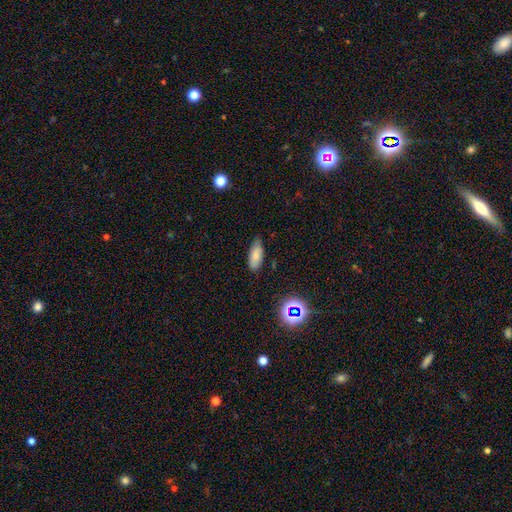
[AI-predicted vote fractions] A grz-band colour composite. It shows a smooth galaxy with no disk features (76%) that is in between round and cigar-shaped (84%). Merging: none (72%).